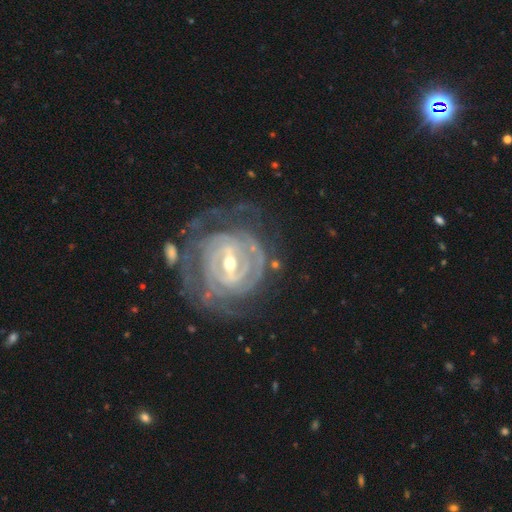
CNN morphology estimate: A featured or disk galaxy (91%) with a strong bar (53%), tight (81%) spiral arms (96%) and a moderate central bulge (55%).

Vote fractions:
- Smooth or featured? featured or disk: 91% / star or artifact: 5% / smooth: 5%
- Edge-on disk? no: 96% / yes: 4%
- Bar? strong: 53% / weak: 37% / no: 10%
- Spiral arms? yes: 96% / no: 4%
- Spiral winding? tight: 81% / medium: 16% / loose: 4%
- Spiral arm count? can't tell: 31% / 2: 19% / 3: 18% / 4: 17% / more than 4: 8% / 1: 6%
- Bulge size? moderate: 55% / small: 40% / large: 3% / none: 1% / dominant: 1%
- Merging? none: 66% / minor disturbance: 17% / major disturbance: 13% / merger: 4%